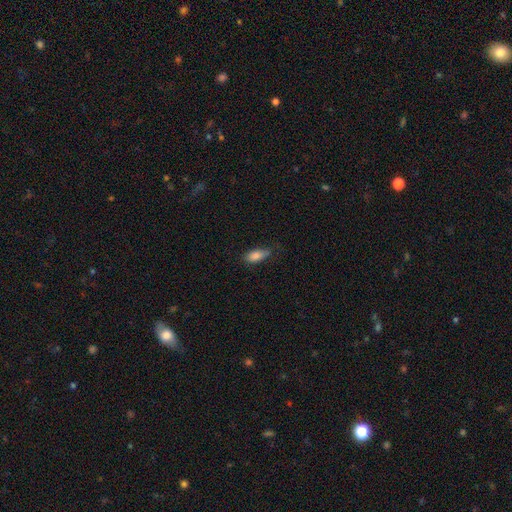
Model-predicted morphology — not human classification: Q: Smooth or featured?
A: smooth (84%); runner-up: featured or disk (9%)
Q: How rounded?
A: in between (82%); runner-up: cigar-shaped (15%)
Q: Merging?
A: none (68%); runner-up: minor disturbance (26%)